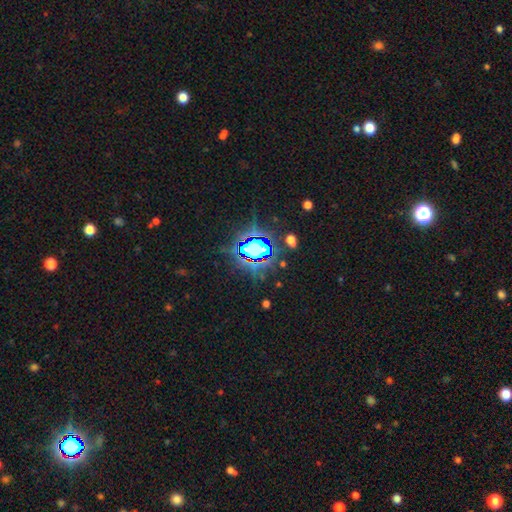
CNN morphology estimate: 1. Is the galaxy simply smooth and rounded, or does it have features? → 79% star or artifact, 12% smooth, 9% featured or disk.